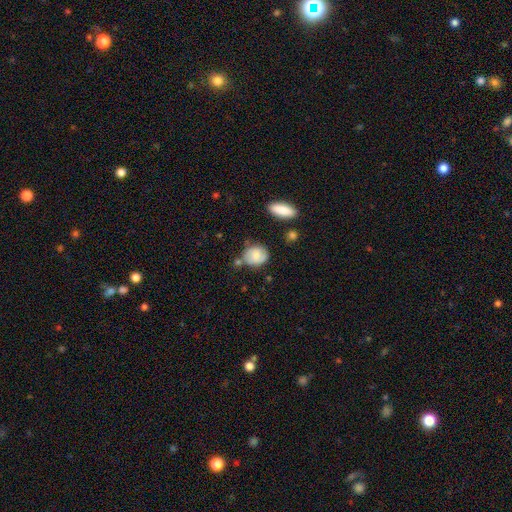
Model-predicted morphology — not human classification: type=smooth (71%); roundness=round (64%); merging=none (61%).